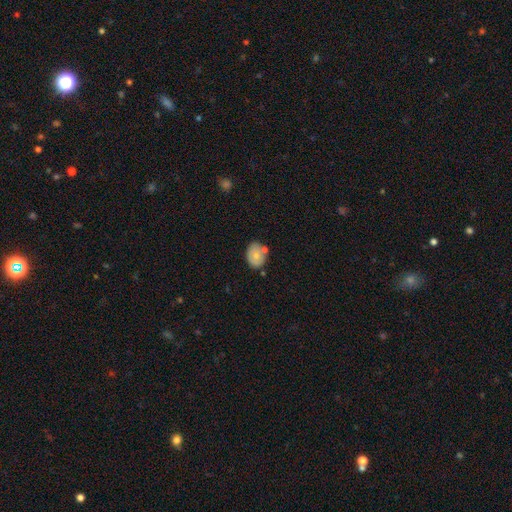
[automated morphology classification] Smooth or featured? Predicted: smooth (p=0.73). How rounded? Predicted: in between (p=0.66). Merging? Predicted: none (p=0.65).